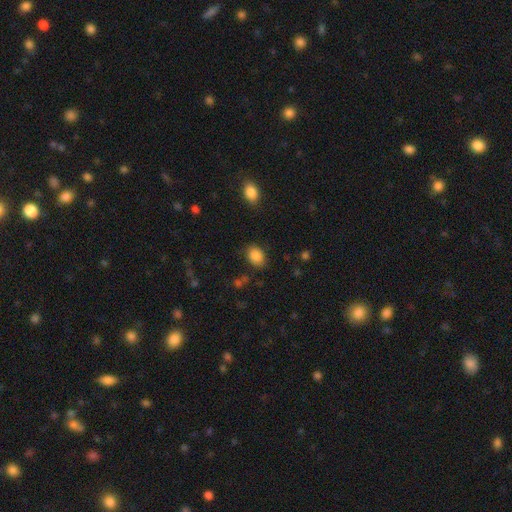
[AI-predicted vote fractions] Smooth or featured? smooth (86%)
How rounded? in between (69%)
Merging? none (80%)